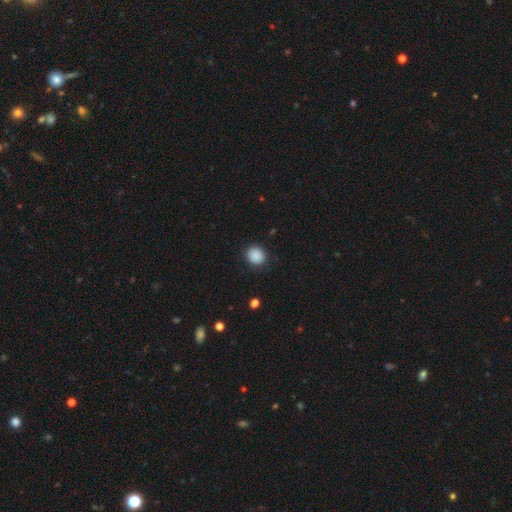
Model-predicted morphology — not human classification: smooth 88%, star or artifact 9%, featured or disk 3%. Down the decision tree: how rounded — round (86%); merging — none (88%).